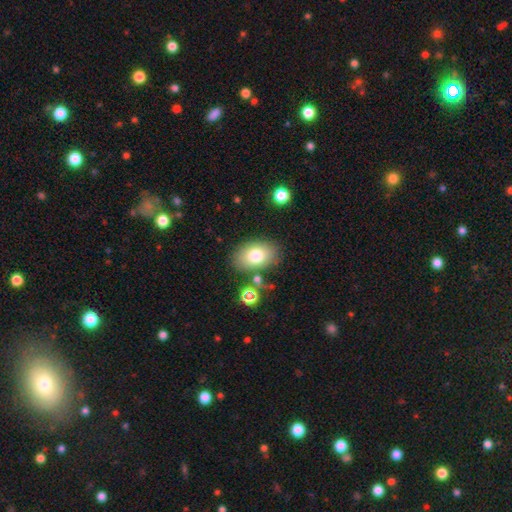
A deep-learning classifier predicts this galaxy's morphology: Q: Smooth or featured?
A: smooth (77%); runner-up: featured or disk (14%)
Q: How rounded?
A: in between (84%); runner-up: round (15%)
Q: Merging?
A: none (79%); runner-up: minor disturbance (12%)